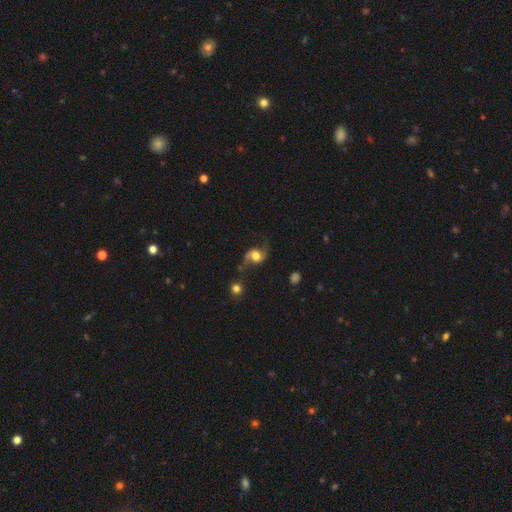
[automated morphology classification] This appears to be a featured or disk galaxy (58%) with no bar (69%), spiral arms (89%) and a large central bulge (42%). Merging: none (57%).